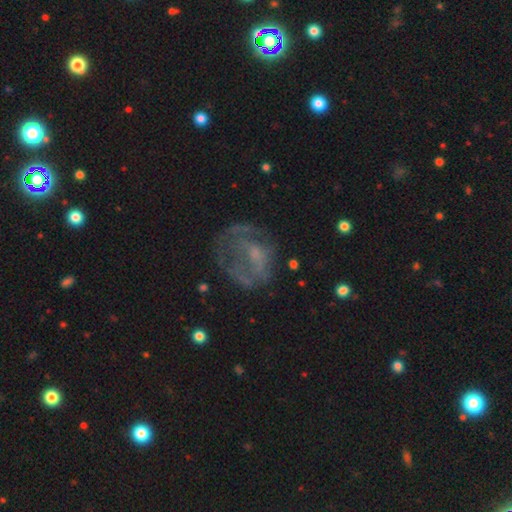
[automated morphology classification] type=featured or disk (57%); edge-on=no (97%); bar=no (71%); spiral arms=no (69%); bulge=small (38%); merging=none (44%).